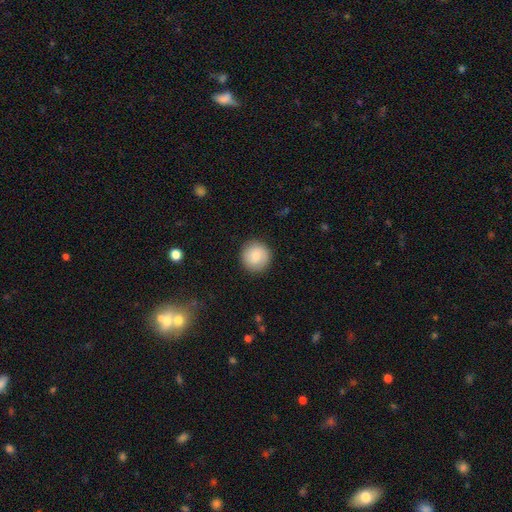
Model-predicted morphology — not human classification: smooth 83%, featured or disk 10%, star or artifact 7%. Down the decision tree: how rounded — round (95%); merging — none (90%).